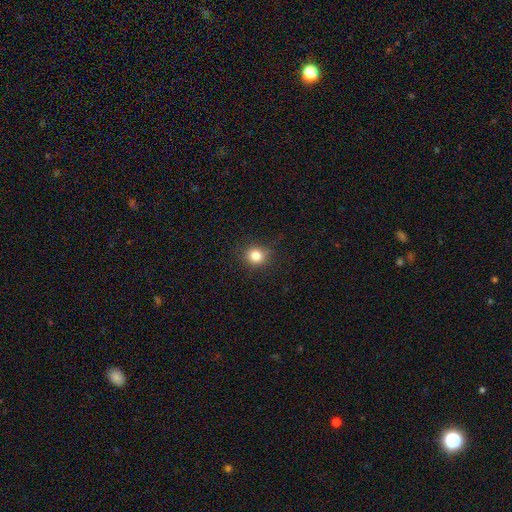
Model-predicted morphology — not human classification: Smooth or featured?
  - smooth: 82% *
  - star or artifact: 12%
  - featured or disk: 6%
How rounded?
  - round: 86% *
  - in between: 13%
  - cigar-shaped: 1%
Merging?
  - none: 87% *
  - minor disturbance: 9%
  - major disturbance: 3%
  - merger: 1%